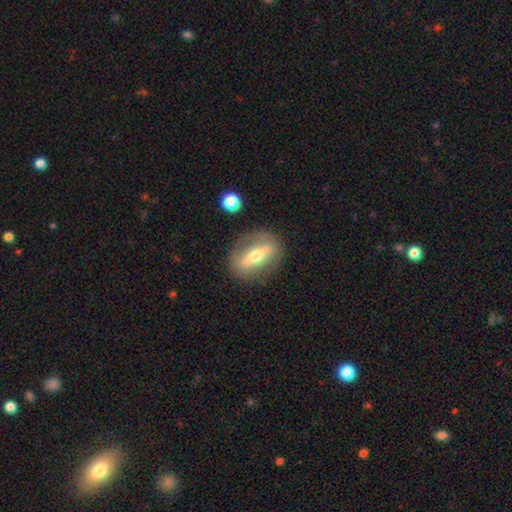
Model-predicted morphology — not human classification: Smooth or featured: featured or disk — 59% (smooth — 34%)
Edge-on disk: no — 60% (yes — 40%)
Merging: none — 83% (minor disturbance — 11%)